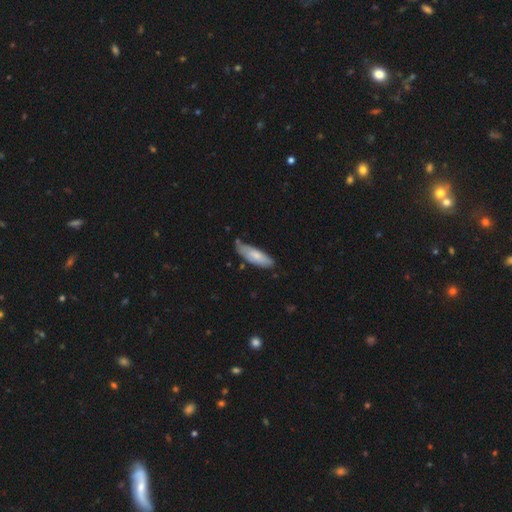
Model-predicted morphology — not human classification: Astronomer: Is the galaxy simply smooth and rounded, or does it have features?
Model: smooth — 71%.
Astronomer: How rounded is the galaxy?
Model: in between — 58% (runner-up: cigar-shaped, 40%).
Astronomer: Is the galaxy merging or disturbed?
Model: none — 64%.